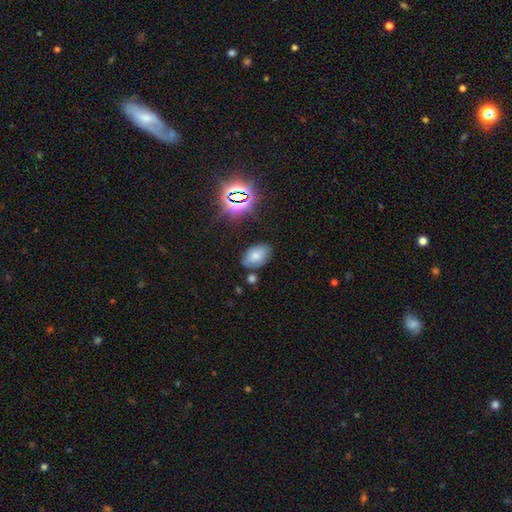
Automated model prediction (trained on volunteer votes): Smooth or featured: smooth — 68% (star or artifact — 17%)
How rounded: in between — 90% (round — 9%)
Merging: none — 73% (minor disturbance — 17%)